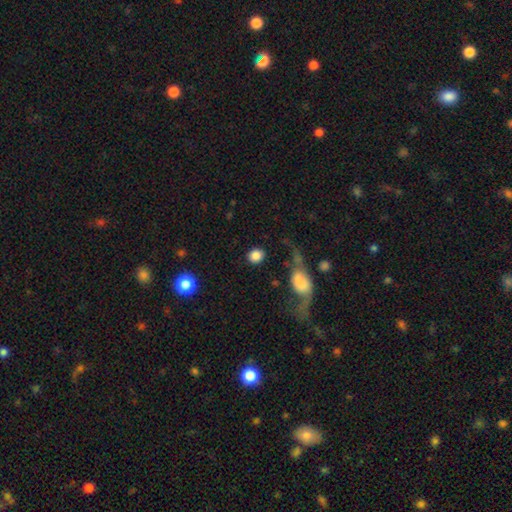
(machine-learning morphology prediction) type=smooth (86%); roundness=round (71%); merging=none (78%).